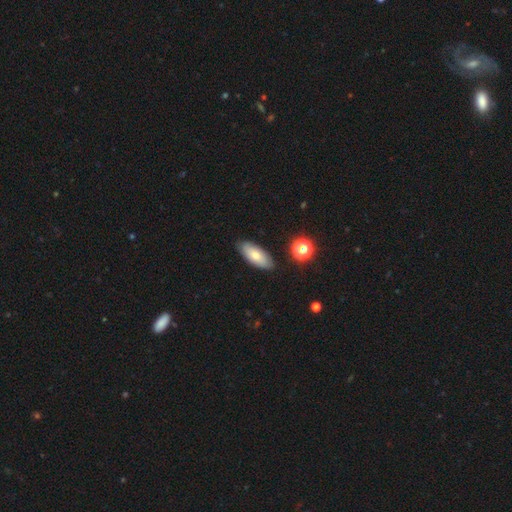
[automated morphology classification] A smooth galaxy with no disk features (71%) that is in between round and cigar-shaped (82%). Merging: none (85%).